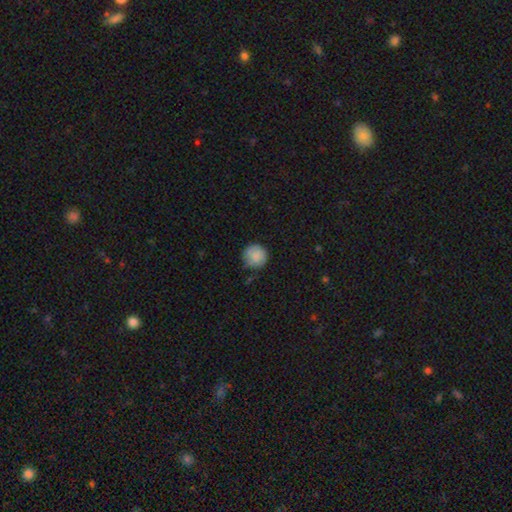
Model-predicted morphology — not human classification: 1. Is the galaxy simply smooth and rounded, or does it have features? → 82% smooth, 11% featured or disk, 7% star or artifact.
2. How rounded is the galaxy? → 93% round, 6% in between, 1% cigar-shaped.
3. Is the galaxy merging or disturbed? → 75% none, 19% minor disturbance, 4% major disturbance, 2% merger.